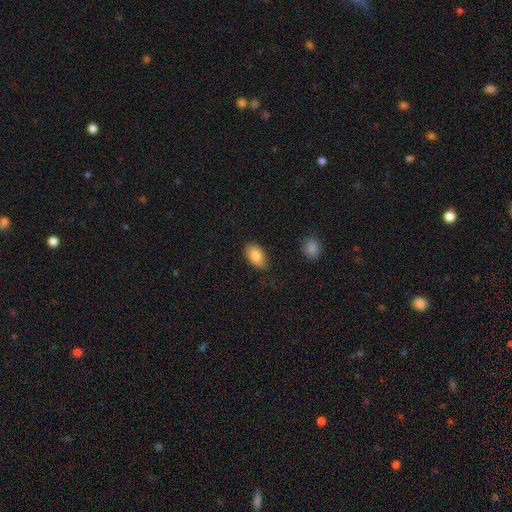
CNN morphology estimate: Overall: smooth (86%). How rounded: in between (92%). Merging: none (80%).